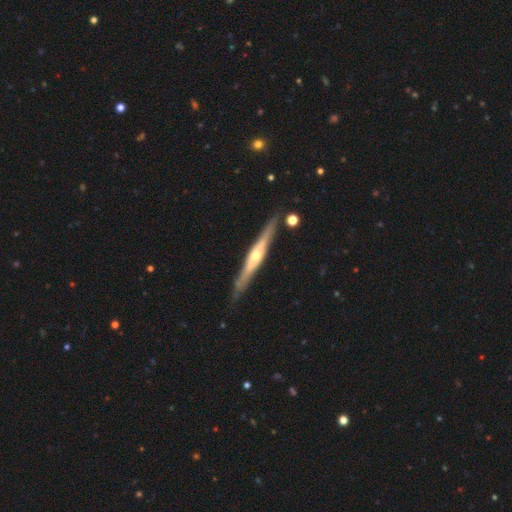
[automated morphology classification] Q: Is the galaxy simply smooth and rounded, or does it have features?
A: featured or disk — 74%.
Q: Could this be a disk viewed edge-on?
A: yes — 95%.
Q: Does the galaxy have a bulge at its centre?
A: rounded — 84%.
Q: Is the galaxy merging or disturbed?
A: none — 83%.